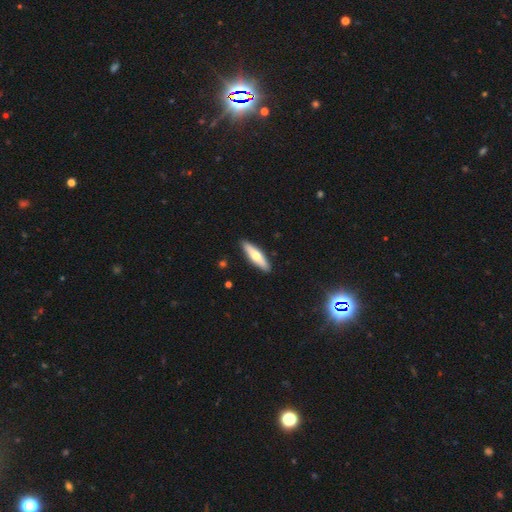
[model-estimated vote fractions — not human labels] A smooth galaxy with no disk features (57%) that is cigar-shaped (66%).

Vote fractions:
- Smooth or featured? smooth: 57% / featured or disk: 38% / star or artifact: 5%
- How rounded? cigar-shaped: 66% / in between: 33% / round: 2%
- Merging? none: 90% / minor disturbance: 7% / major disturbance: 1% / merger: 1%